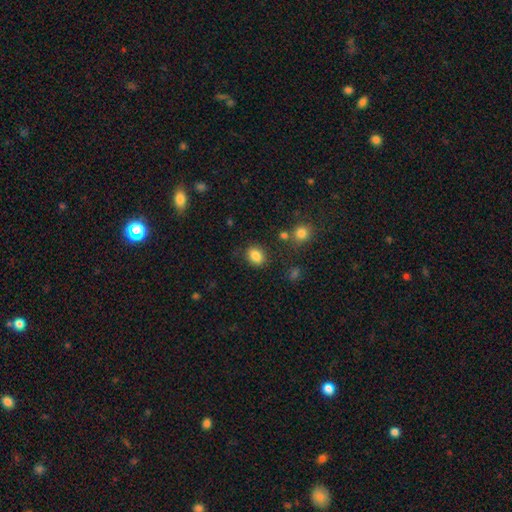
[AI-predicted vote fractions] smooth_or_featured: smooth (p=0.85) [alt: star or artifact p=0.10]
how_rounded: in between (p=0.60) [alt: round p=0.39]
merging: none (p=0.83) [alt: minor disturbance p=0.10]